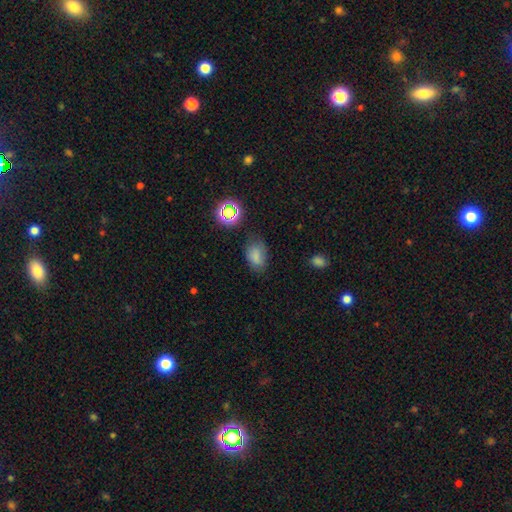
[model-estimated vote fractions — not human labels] smooth_or_featured: smooth (p=0.74) [alt: star or artifact p=0.15]
how_rounded: in between (p=0.82) [alt: round p=0.17]
merging: none (p=0.66) [alt: minor disturbance p=0.24]